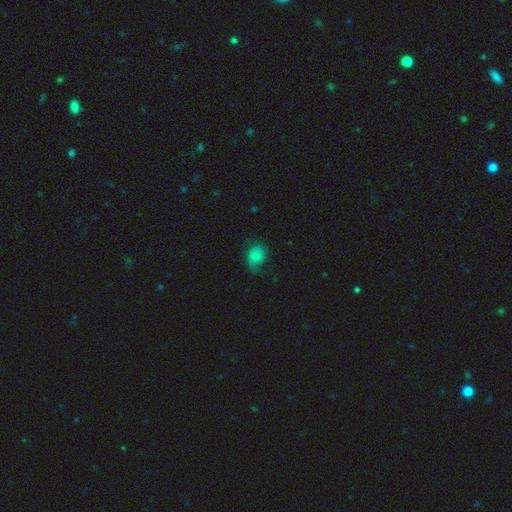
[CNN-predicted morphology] smooth-or-featured: smooth: 60% | featured or disk: 28% | star or artifact: 11%
  how-rounded: in between: 56% | round: 43% | cigar-shaped: 1%
  merging: none: 51% | minor disturbance: 29% | major disturbance: 19% | merger: 1%